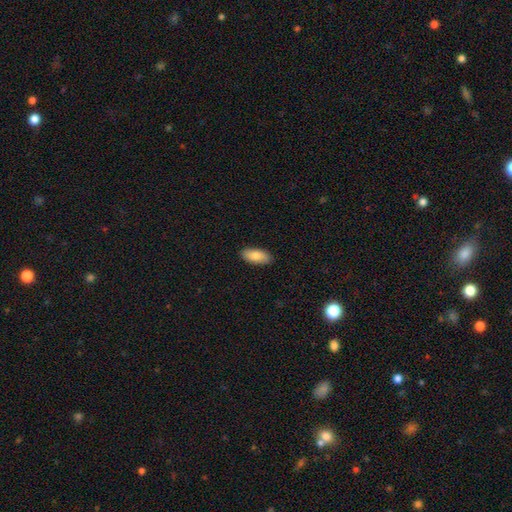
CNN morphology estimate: A smooth galaxy with no disk features (83%) that is in between round and cigar-shaped (89%). Merging: none (89%).